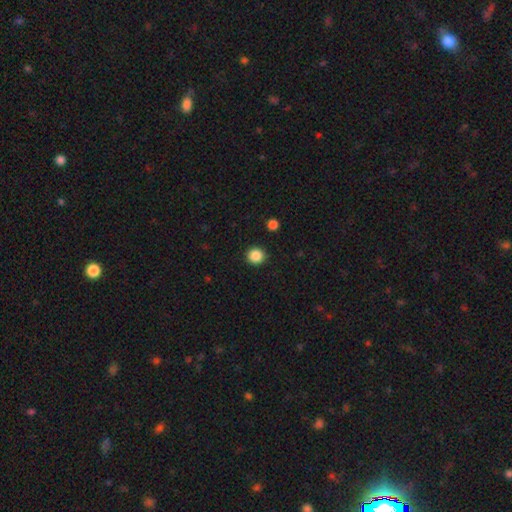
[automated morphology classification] Smooth or featured?
  - smooth: 86% *
  - star or artifact: 10%
  - featured or disk: 3%
How rounded?
  - round: 91% *
  - in between: 8%
  - cigar-shaped: 1%
Merging?
  - none: 92% *
  - minor disturbance: 5%
  - major disturbance: 2%
  - merger: 1%